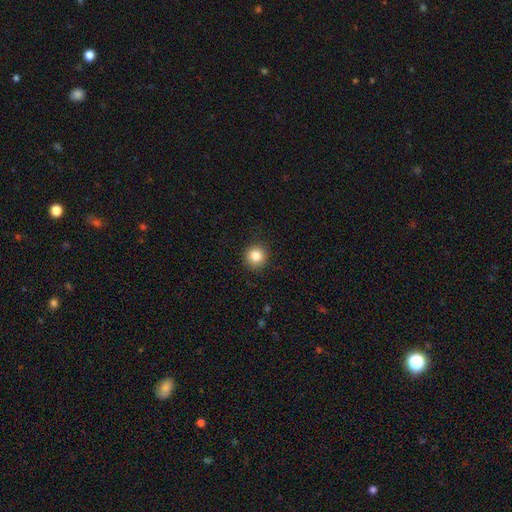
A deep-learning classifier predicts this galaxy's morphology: smooth 84%, star or artifact 10%, featured or disk 5%. Down the decision tree: how rounded — round (93%); merging — none (90%).